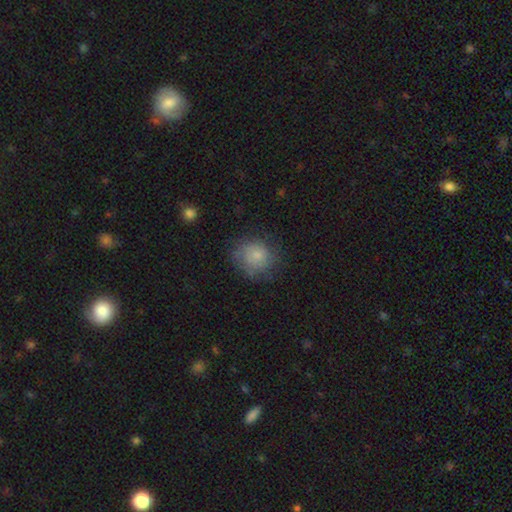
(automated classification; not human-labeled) Smooth or featured? Predicted: smooth (p=0.72). How rounded? Predicted: round (p=0.82). Merging? Predicted: none (p=0.67).